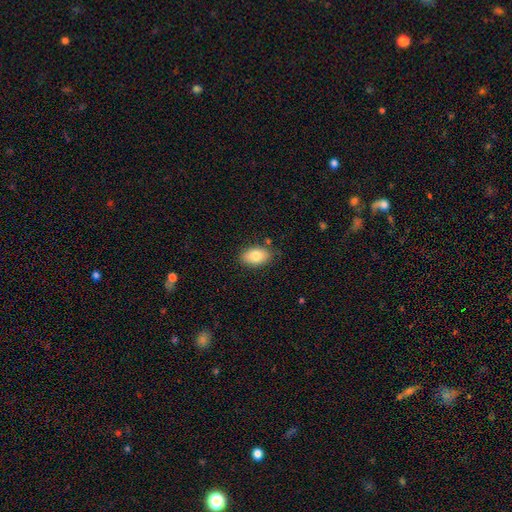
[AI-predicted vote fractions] Overall: smooth (82%). How rounded: in between (92%). Merging: none (81%).